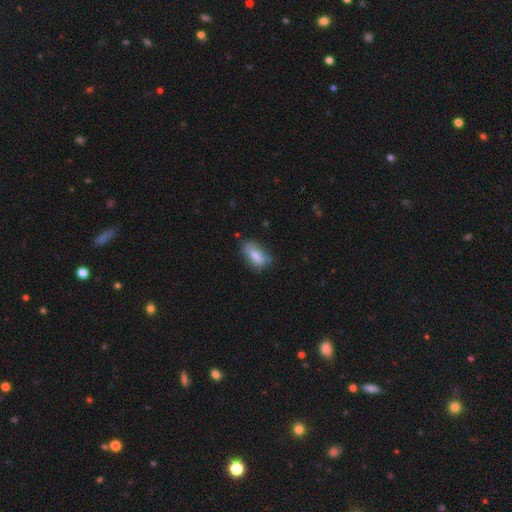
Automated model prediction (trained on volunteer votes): The model was most divided on "merging": none: 62%, minor disturbance: 27%, major disturbance: 8%, merger: 3%. More confident: how rounded — in between (86%); smooth or featured — smooth (78%).